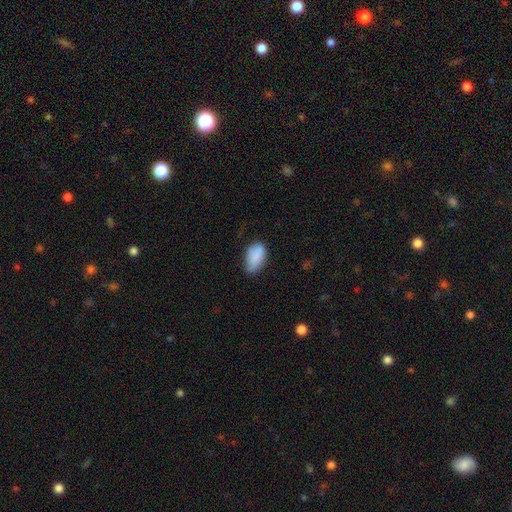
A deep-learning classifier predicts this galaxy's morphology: This is clearly a smooth galaxy (83%). How rounded: clearly in between (92%). Merging: possibly none (52%).